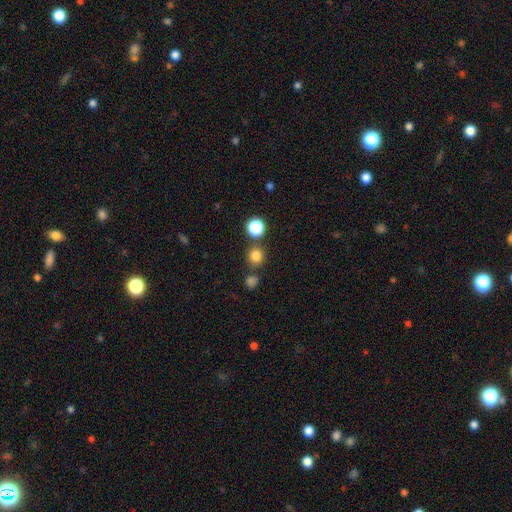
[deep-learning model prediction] Q: Smooth or featured?
A: smooth (79%); runner-up: star or artifact (16%)
Q: How rounded?
A: round (89%); runner-up: in between (10%)
Q: Merging?
A: none (79%); runner-up: merger (10%)